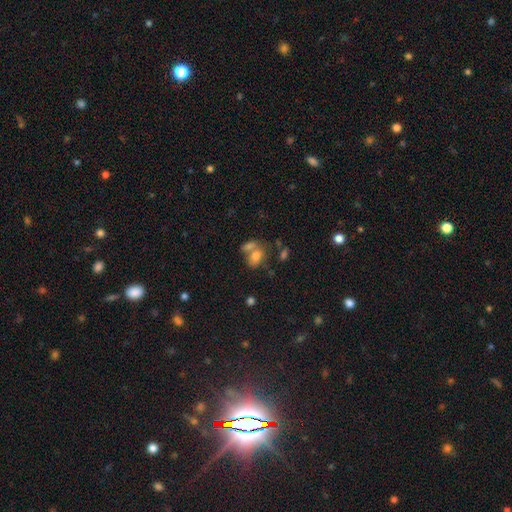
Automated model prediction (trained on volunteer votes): This appears to be a smooth galaxy with no disk features (74%) that is in between round and cigar-shaped (70%). Merging: merger (46%).